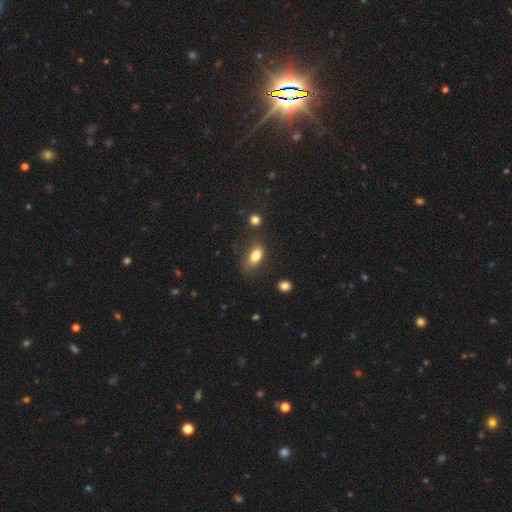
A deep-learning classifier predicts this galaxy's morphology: Overall: smooth (81%). How rounded: in between (86%). Merging: none (66%).